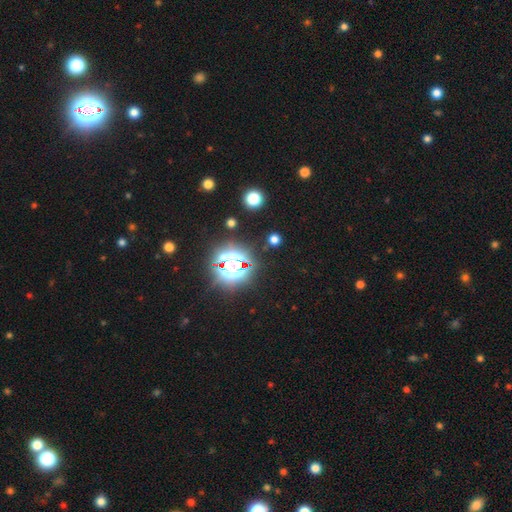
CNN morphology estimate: Smooth or featured? Predicted: star or artifact (p=0.82).